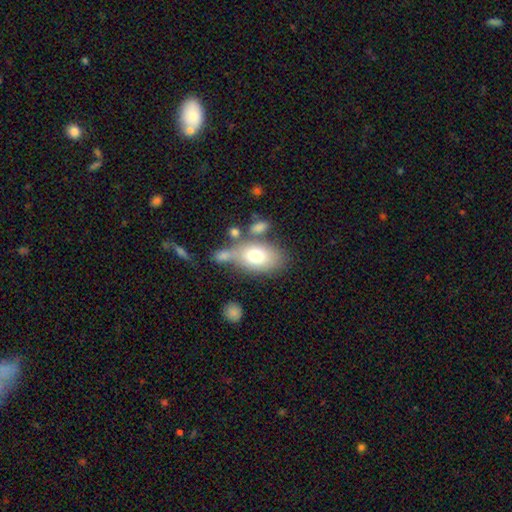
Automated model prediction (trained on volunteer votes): smooth 72%, featured or disk 19%, star or artifact 8%. Down the decision tree: how rounded — in between (87%); merging — none (49%).